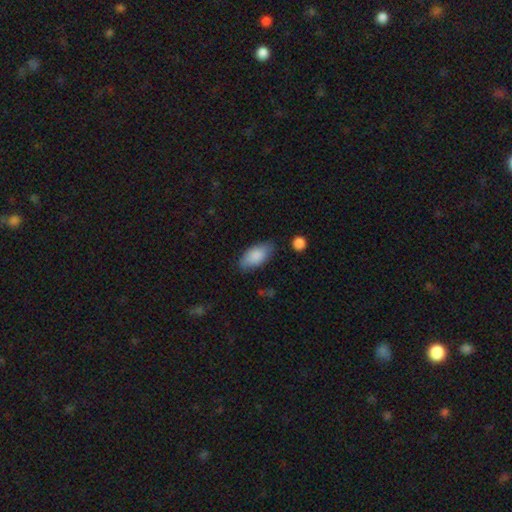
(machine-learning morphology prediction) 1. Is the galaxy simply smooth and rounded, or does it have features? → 87% smooth, 7% featured or disk, 6% star or artifact.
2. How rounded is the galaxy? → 93% in between, 5% cigar-shaped, 3% round.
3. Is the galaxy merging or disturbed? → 77% none, 17% minor disturbance, 4% major disturbance, 2% merger.